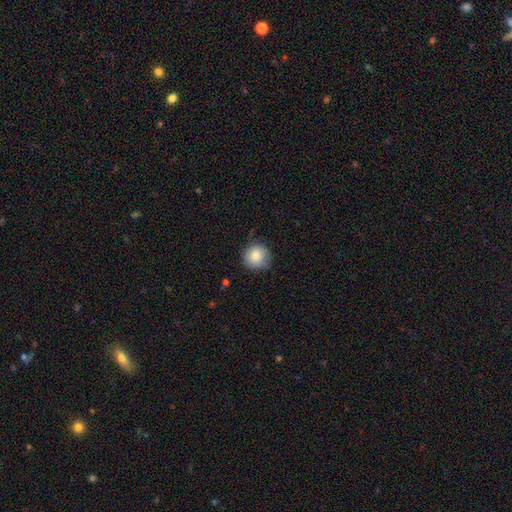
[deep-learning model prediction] smooth-or-featured: smooth: 83% | featured or disk: 9% | star or artifact: 8%
  how-rounded: round: 91% | in between: 8% | cigar-shaped: 1%
  merging: none: 69% | minor disturbance: 25% | major disturbance: 5% | merger: 1%